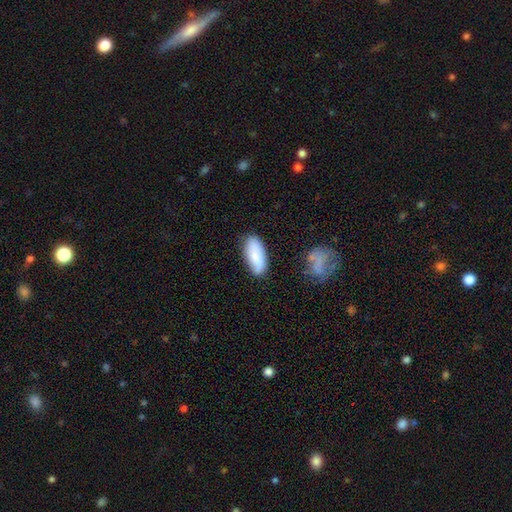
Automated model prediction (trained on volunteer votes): Smooth or featured? smooth (81%)
How rounded? in between (82%)
Merging? none (75%)